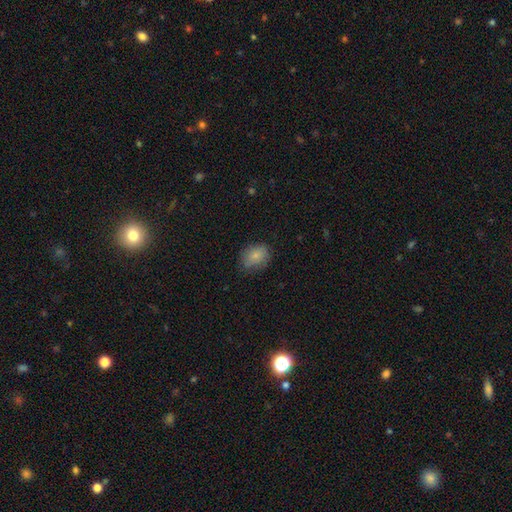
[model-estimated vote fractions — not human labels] smooth-or-featured: smooth: 81% | featured or disk: 11% | star or artifact: 8%
  how-rounded: in between: 64% | round: 35% | cigar-shaped: 1%
  merging: none: 72% | minor disturbance: 21% | major disturbance: 5% | merger: 1%